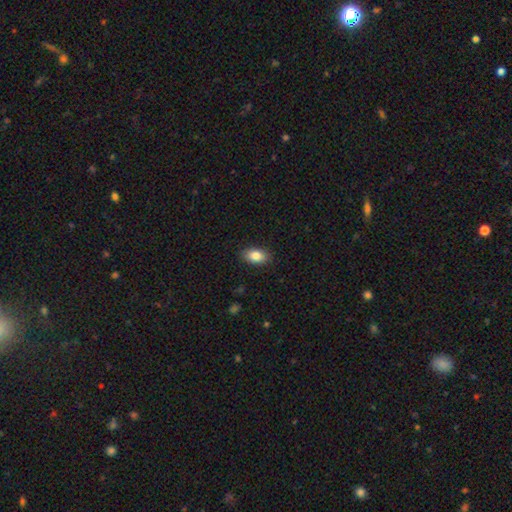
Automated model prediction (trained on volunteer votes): Smooth or featured: smooth — 85% (star or artifact — 7%)
How rounded: in between — 91% (round — 7%)
Merging: none — 88% (minor disturbance — 9%)